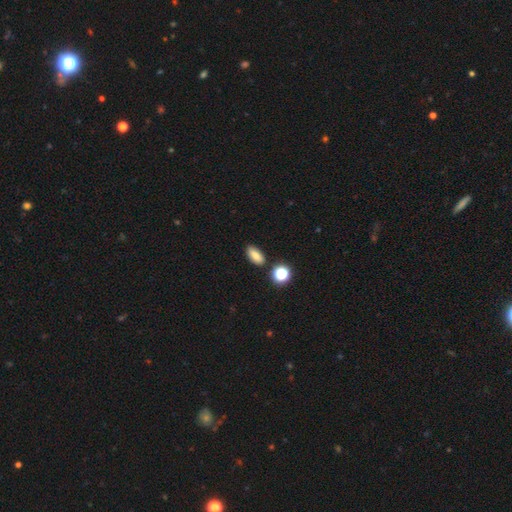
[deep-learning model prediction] This appears to be a smooth galaxy with no disk features (79%) that is in between round and cigar-shaped (81%). Merging: none (83%).